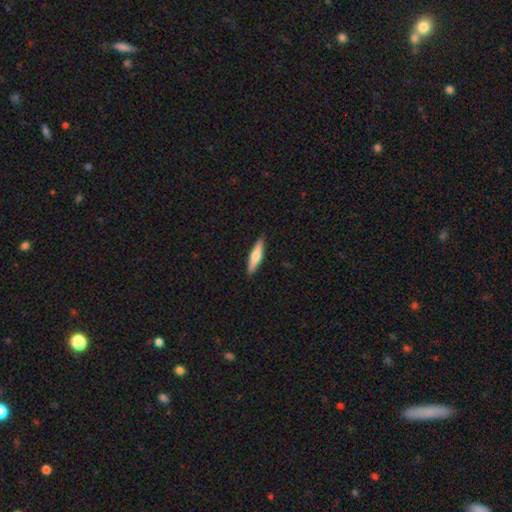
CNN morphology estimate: This is likely a smooth galaxy (62%). How rounded: clearly cigar-shaped (81%). Merging: clearly none (90%).